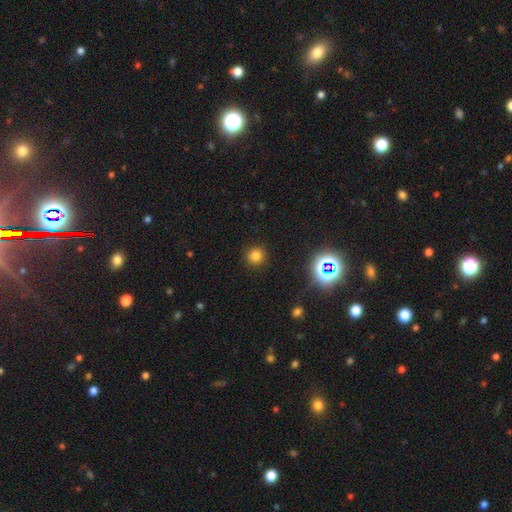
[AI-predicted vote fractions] smooth_or_featured: smooth (p=0.76) [alt: star or artifact p=0.19]
how_rounded: round (p=0.89) [alt: in between p=0.10]
merging: none (p=0.89) [alt: minor disturbance p=0.07]